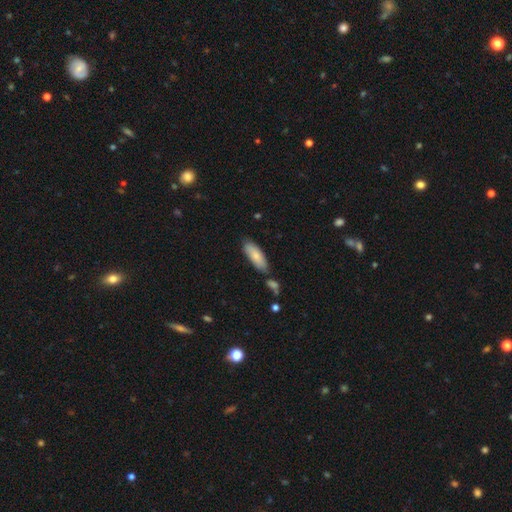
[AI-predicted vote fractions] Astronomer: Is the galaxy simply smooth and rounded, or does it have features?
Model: smooth — 81%.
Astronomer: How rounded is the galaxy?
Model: in between — 67%.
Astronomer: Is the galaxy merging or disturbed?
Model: none — 70%.